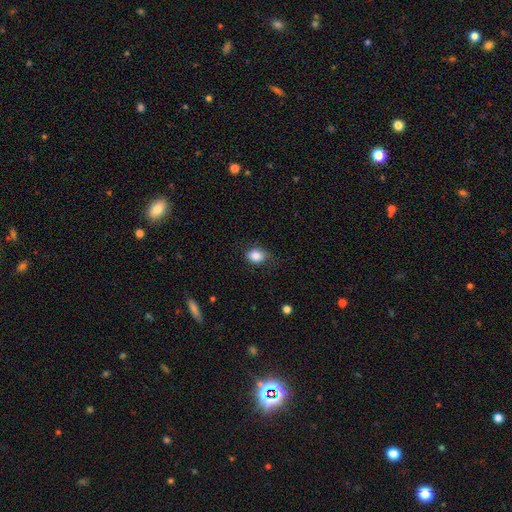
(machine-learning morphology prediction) Smooth or featured? smooth (86%)
How rounded? in between (56%)
Merging? none (74%)